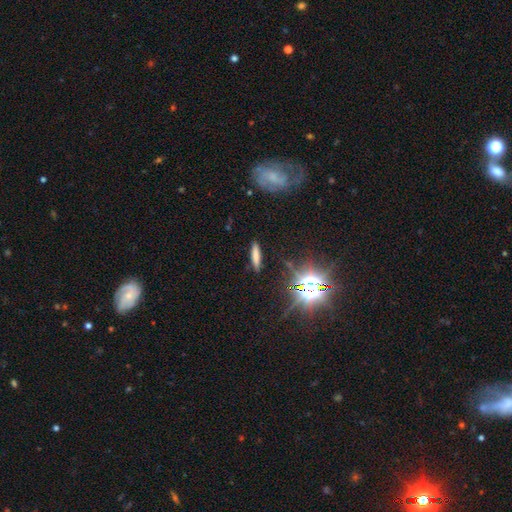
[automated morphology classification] smooth_or_featured: smooth (p=0.69) [alt: star or artifact p=0.17]
how_rounded: cigar-shaped (p=0.82) [alt: in between p=0.16]
merging: none (p=0.87) [alt: minor disturbance p=0.09]